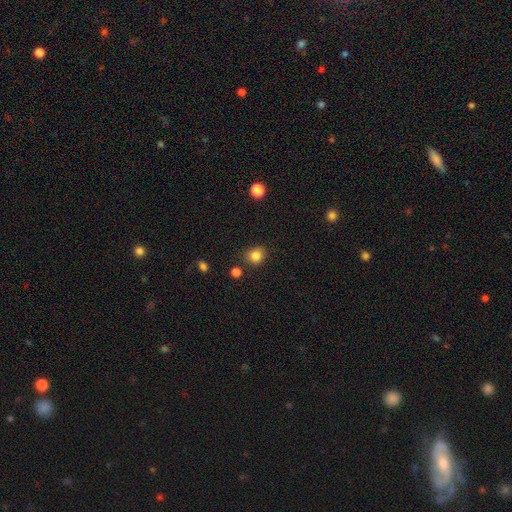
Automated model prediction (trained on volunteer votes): Smooth or featured? Predicted: smooth (p=0.84). How rounded? Predicted: round (p=0.82). Merging? Predicted: none (p=0.84).